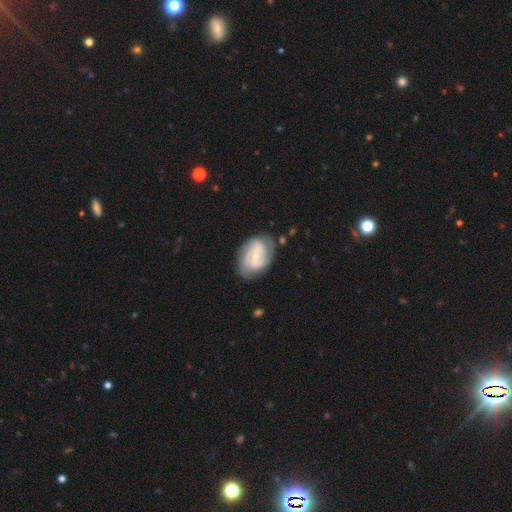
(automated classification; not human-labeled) Q: Smooth or featured?
A: featured or disk (76%); runner-up: smooth (19%)
Q: Edge-on disk?
A: no (97%); runner-up: yes (3%)
Q: Bar?
A: weak (46%); runner-up: no (41%)
Q: Spiral arms?
A: yes (90%); runner-up: no (10%)
Q: Spiral winding?
A: tight (45%); runner-up: medium (41%)
Q: Spiral arm count?
A: 2 (60%); runner-up: can't tell (20%)
Q: Bulge size?
A: small (65%); runner-up: moderate (31%)
Q: Merging?
A: none (72%); runner-up: minor disturbance (20%)